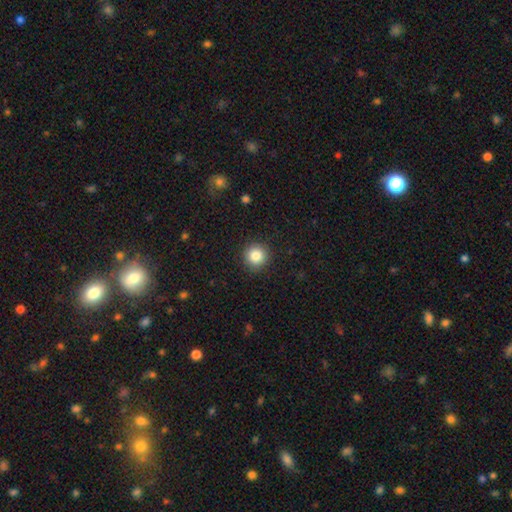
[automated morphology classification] Q: Smooth or featured?
A: smooth (84%); runner-up: star or artifact (10%)
Q: How rounded?
A: round (95%); runner-up: in between (4%)
Q: Merging?
A: none (91%); runner-up: minor disturbance (6%)